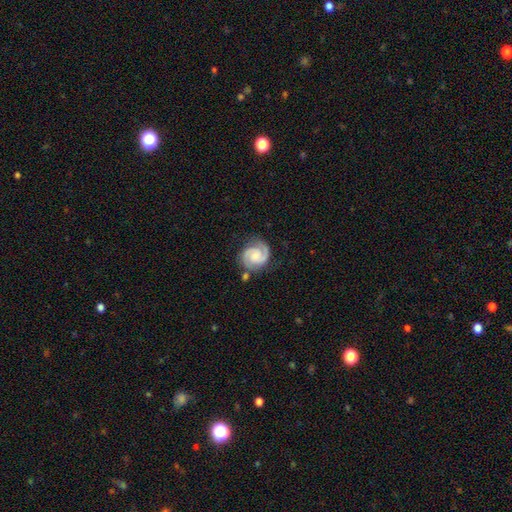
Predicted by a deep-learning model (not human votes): The model was most divided on "bulge size": small: 37%, moderate: 33%, none: 23%, large: 6%, dominant: 2%. More confident: edge-on disk — no (98%); spiral arms — yes (98%); spiral arm count — 2 (92%); smooth or featured — featured or disk (86%); merging — none (76%); bar — no (59%); spiral winding — tight (55%).